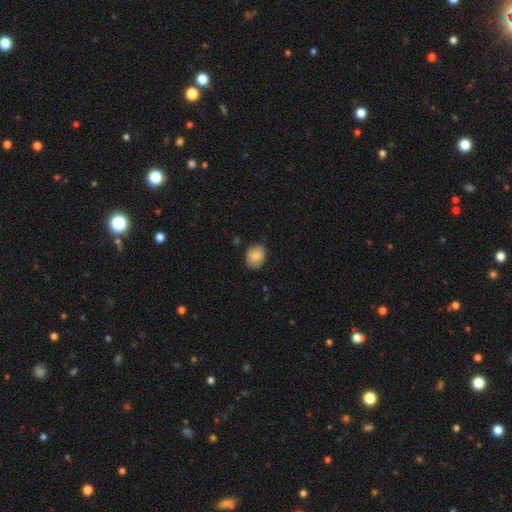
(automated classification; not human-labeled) This appears to be a smooth galaxy with no disk features (83%) that is in between round and cigar-shaped (52%). Merging: none (75%).